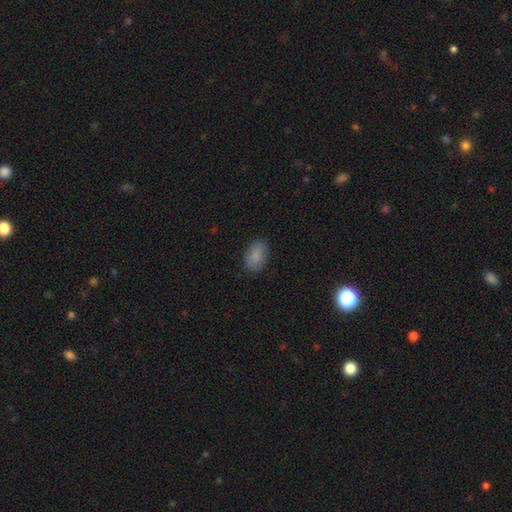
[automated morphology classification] The model was most divided on "merging": none: 85%, minor disturbance: 11%, major disturbance: 3%, merger: 1%. More confident: how rounded — in between (89%); smooth or featured — smooth (87%).